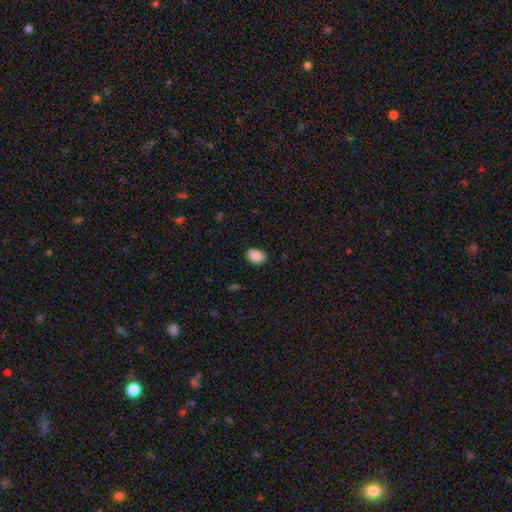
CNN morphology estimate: Smooth or featured? Predicted: smooth (p=0.90). How rounded? Predicted: in between (p=0.84). Merging? Predicted: none (p=0.87).